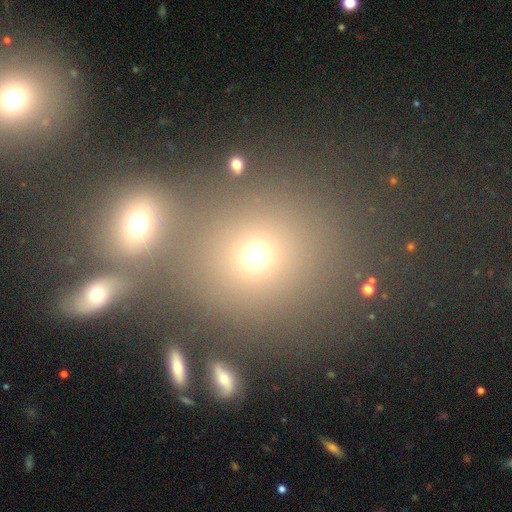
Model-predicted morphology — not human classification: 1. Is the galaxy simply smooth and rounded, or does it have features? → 67% smooth, 21% star or artifact, 12% featured or disk.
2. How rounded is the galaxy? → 79% round, 19% in between, 1% cigar-shaped.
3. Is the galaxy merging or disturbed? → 60% none, 26% merger, 9% minor disturbance, 5% major disturbance.